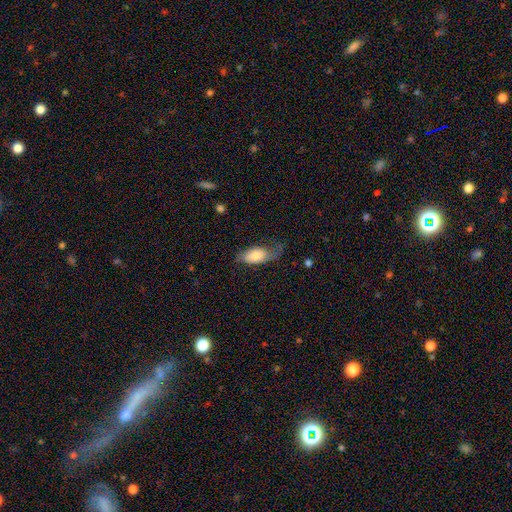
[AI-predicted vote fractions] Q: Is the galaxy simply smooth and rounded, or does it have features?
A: smooth — 66%.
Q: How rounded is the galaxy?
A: in between — 90%.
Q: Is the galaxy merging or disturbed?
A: none — 41%.